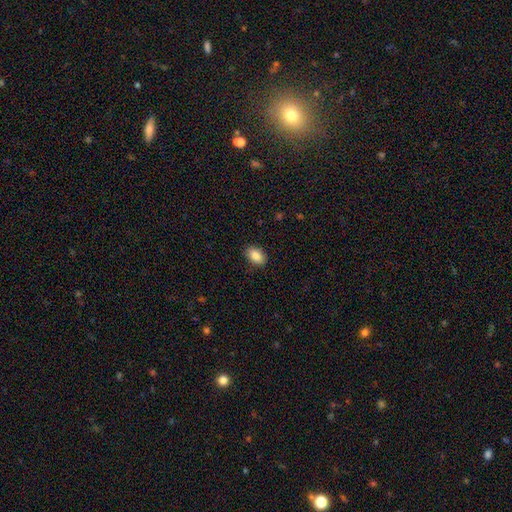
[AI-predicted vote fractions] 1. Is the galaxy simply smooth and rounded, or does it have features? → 86% smooth, 7% star or artifact, 6% featured or disk.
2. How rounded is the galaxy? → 89% in between, 9% round, 1% cigar-shaped.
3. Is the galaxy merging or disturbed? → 88% none, 9% minor disturbance, 2% major disturbance, 1% merger.